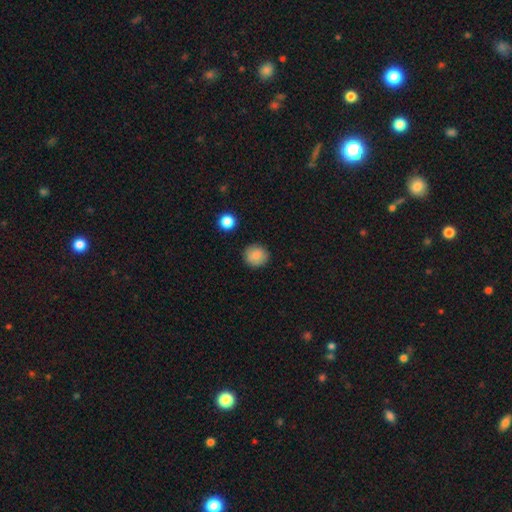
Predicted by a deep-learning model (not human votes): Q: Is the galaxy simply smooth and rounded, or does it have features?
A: smooth — 87%.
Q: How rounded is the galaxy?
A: round — 91%.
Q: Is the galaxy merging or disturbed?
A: none — 90%.